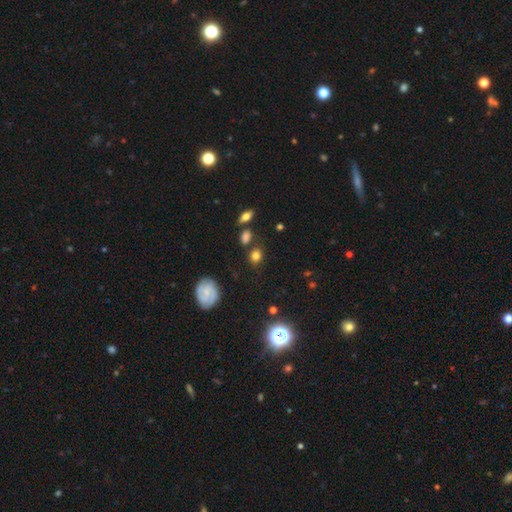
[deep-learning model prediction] Smooth or featured? Predicted: smooth (p=0.74). How rounded? Predicted: round (p=0.61). Merging? Predicted: none (p=0.75).